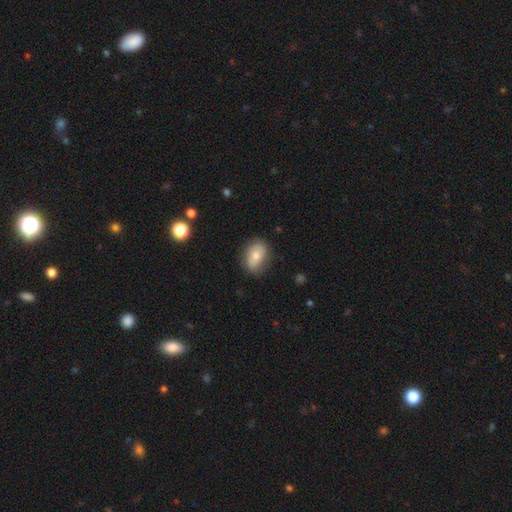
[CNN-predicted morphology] smooth_or_featured: smooth (p=0.73) [alt: featured or disk p=0.19]
how_rounded: in between (p=0.78) [alt: round p=0.20]
merging: none (p=0.76) [alt: minor disturbance p=0.18]